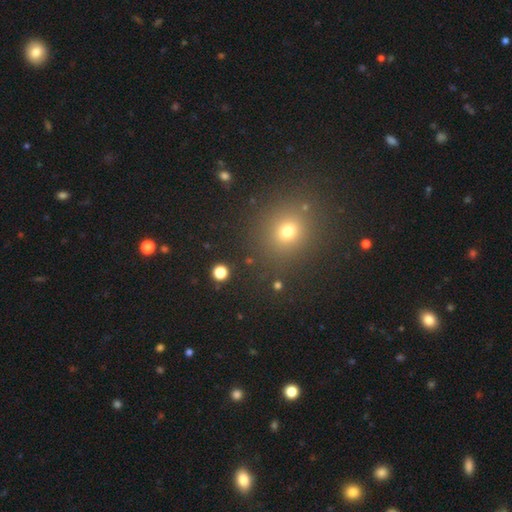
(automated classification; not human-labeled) Smooth or featured? Predicted: smooth (p=0.58). How rounded? Predicted: round (p=0.85). Merging? Predicted: none (p=0.90).